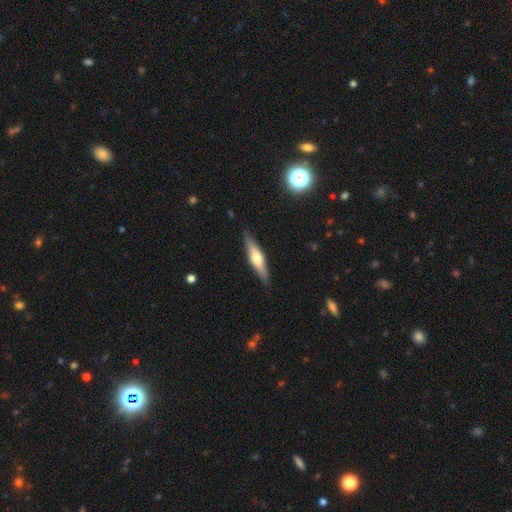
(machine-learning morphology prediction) A featured or disk galaxy (51%) viewed edge-on (93%).

Vote fractions:
- Smooth or featured? featured or disk: 51% / smooth: 43% / star or artifact: 6%
- Edge-on disk? yes: 93% / no: 7%
- Merging? none: 87% / minor disturbance: 10% / major disturbance: 2% / merger: 1%